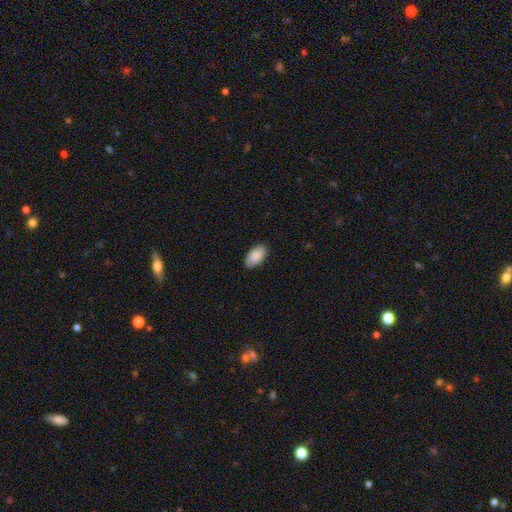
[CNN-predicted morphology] Smooth or featured?
  - smooth: 90% *
  - star or artifact: 6%
  - featured or disk: 5%
How rounded?
  - in between: 95% *
  - round: 3%
  - cigar-shaped: 2%
Merging?
  - none: 86% *
  - minor disturbance: 10%
  - major disturbance: 2%
  - merger: 1%